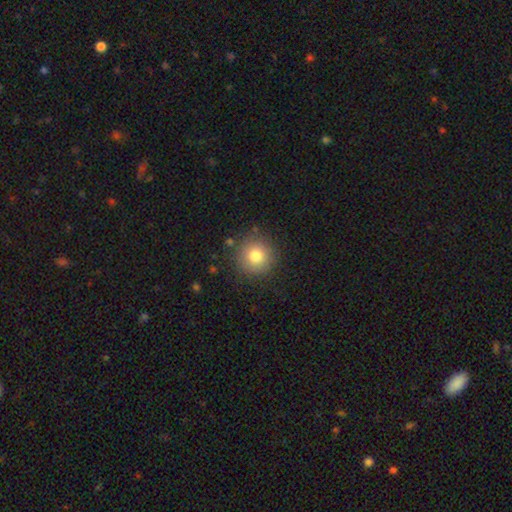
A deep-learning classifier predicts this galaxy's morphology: Smooth or featured?
  - smooth: 80% *
  - star or artifact: 10%
  - featured or disk: 10%
How rounded?
  - round: 94% *
  - in between: 5%
  - cigar-shaped: 1%
Merging?
  - none: 86% *
  - minor disturbance: 9%
  - major disturbance: 3%
  - merger: 2%